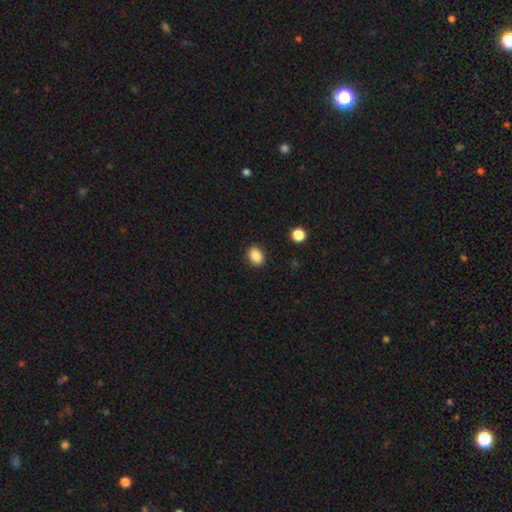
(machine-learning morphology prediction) A smooth galaxy with no disk features (87%) that is in between round and cigar-shaped (68%). Merging: none (88%).